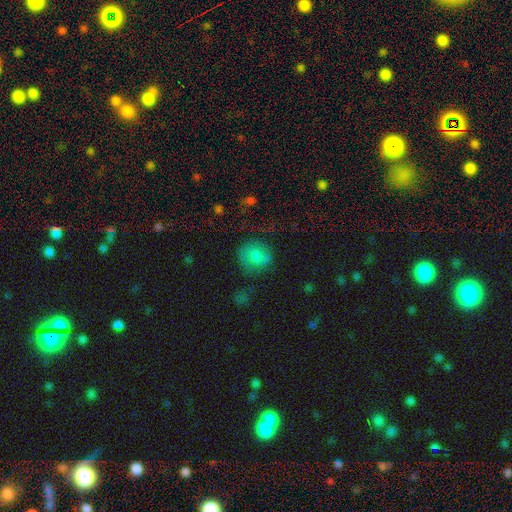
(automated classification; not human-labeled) Smooth or featured? Predicted: smooth (p=0.76). How rounded? Predicted: round (p=0.80). Merging? Predicted: none (p=0.64).